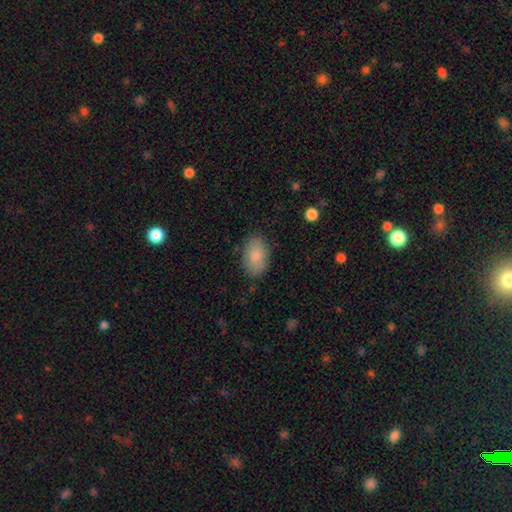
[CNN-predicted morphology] Smooth or featured?
  - smooth: 85% *
  - featured or disk: 9%
  - star or artifact: 6%
How rounded?
  - in between: 92% *
  - round: 6%
  - cigar-shaped: 1%
Merging?
  - none: 84% *
  - minor disturbance: 12%
  - major disturbance: 3%
  - merger: 1%